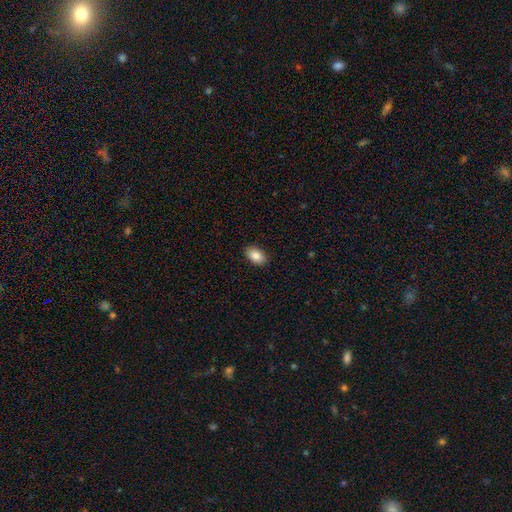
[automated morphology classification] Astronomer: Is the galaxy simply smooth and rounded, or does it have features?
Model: smooth — 86%.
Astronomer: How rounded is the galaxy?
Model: in between — 90%.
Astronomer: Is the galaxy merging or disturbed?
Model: none — 90%.